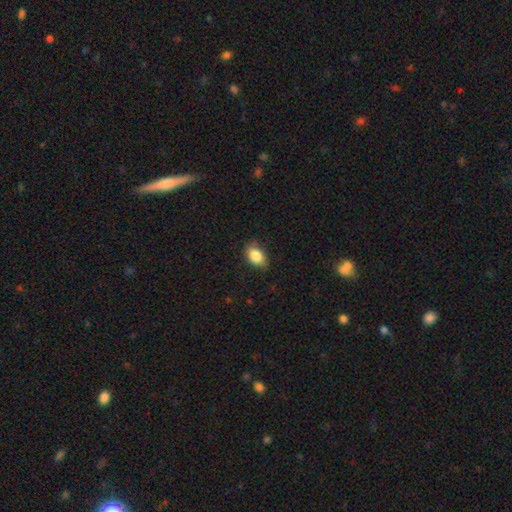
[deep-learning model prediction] smooth_or_featured: smooth (p=0.84) [alt: featured or disk p=0.08]
how_rounded: in between (p=0.84) [alt: round p=0.14]
merging: none (p=0.72) [alt: minor disturbance p=0.23]